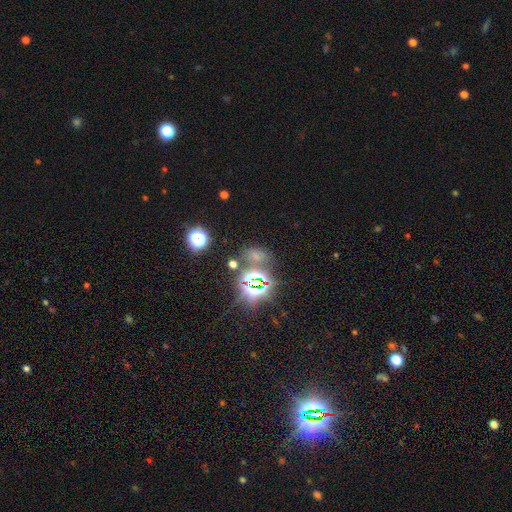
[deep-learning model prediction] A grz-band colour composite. It shows a star or artifact, not a galaxy (56%).